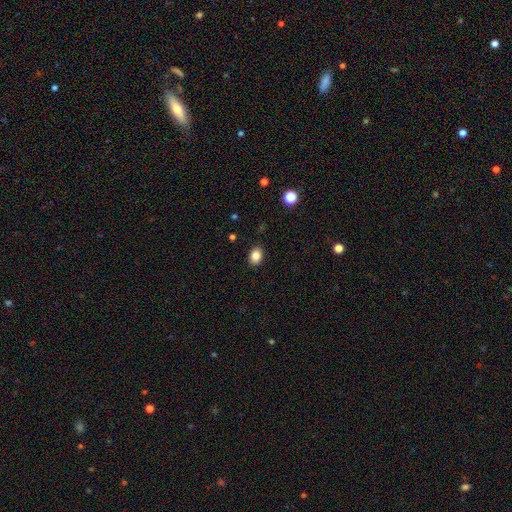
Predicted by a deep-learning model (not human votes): smooth 86%, star or artifact 9%, featured or disk 5%. Down the decision tree: how rounded — in between (73%); merging — none (89%).